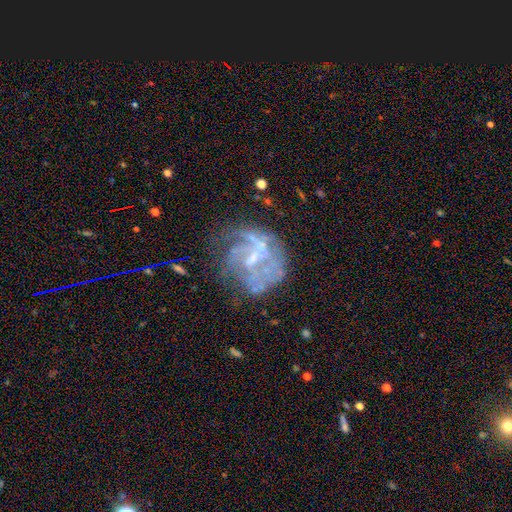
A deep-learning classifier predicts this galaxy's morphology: Q: Smooth or featured?
A: featured or disk (72%); runner-up: smooth (15%)
Q: Edge-on disk?
A: no (98%); runner-up: yes (2%)
Q: Bar?
A: no (45%); runner-up: weak (41%)
Q: Spiral arms?
A: yes (55%); runner-up: no (45%)
Q: Bulge size?
A: small (43%); runner-up: none (35%)
Q: Merging?
A: none (49%); runner-up: major disturbance (26%)